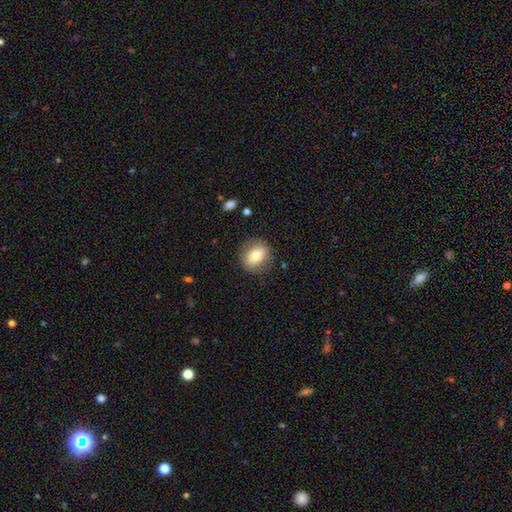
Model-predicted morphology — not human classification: A smooth galaxy with no disk features (70%) that is round (59%). Merging: none (83%).